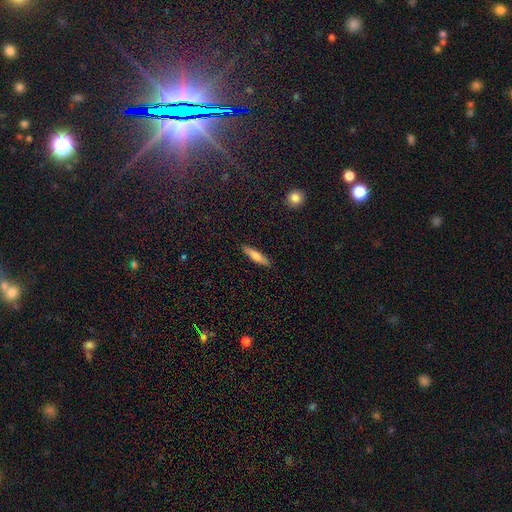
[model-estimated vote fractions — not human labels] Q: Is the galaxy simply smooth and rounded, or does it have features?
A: smooth — 66%.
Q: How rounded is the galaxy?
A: cigar-shaped — 78%.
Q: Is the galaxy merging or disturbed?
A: none — 89%.